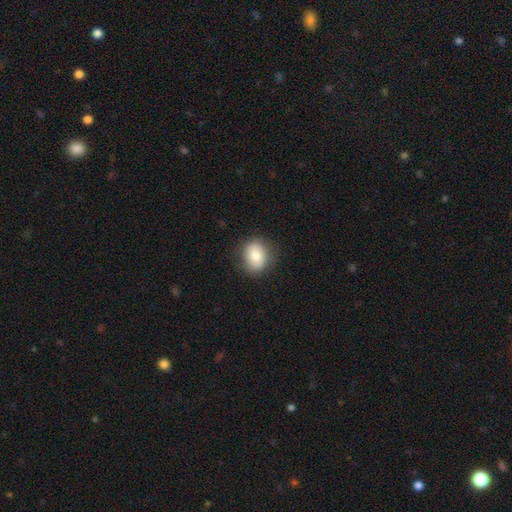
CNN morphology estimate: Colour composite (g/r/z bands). It shows a smooth galaxy with no disk features (77%) that is round (51%). Merging: none (84%).